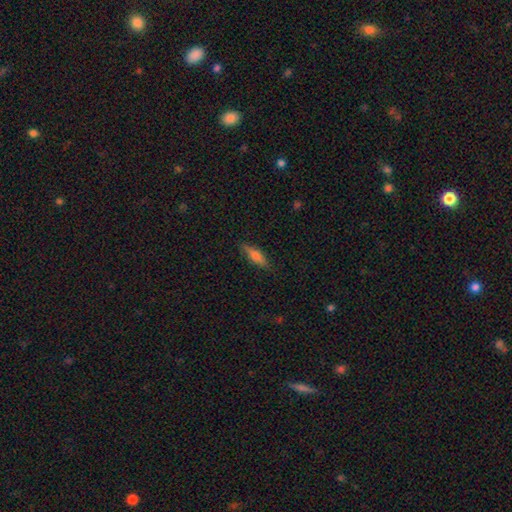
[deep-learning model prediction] smooth-or-featured: smooth: 59% | featured or disk: 32% | star or artifact: 8%
  how-rounded: cigar-shaped: 65% | in between: 33% | round: 3%
  merging: none: 84% | minor disturbance: 12% | major disturbance: 3% | merger: 1%